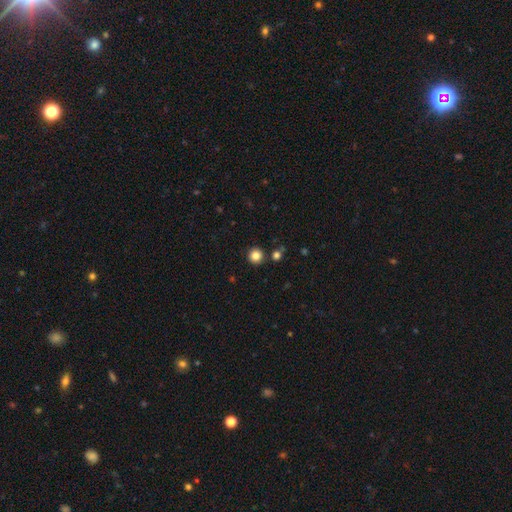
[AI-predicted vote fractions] This appears to be a smooth galaxy with no disk features (85%) that is round (95%). Merging: none (88%).